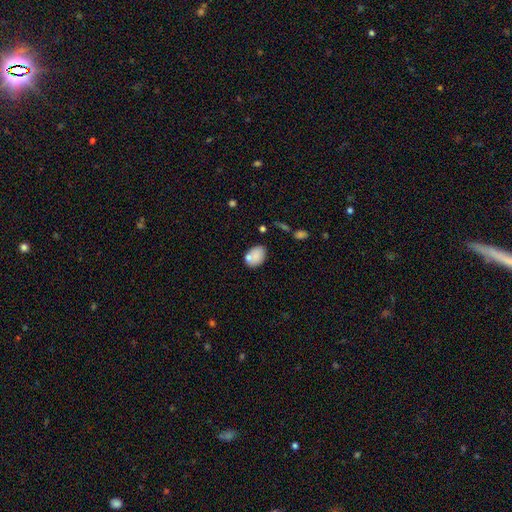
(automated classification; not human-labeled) Overall: smooth (82%). How rounded: in between (81%). Merging: none (64%).